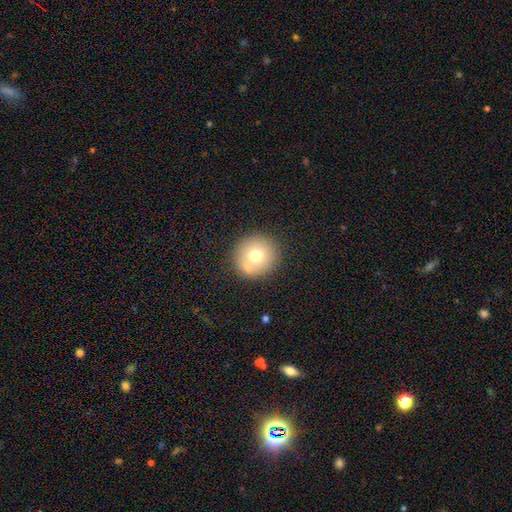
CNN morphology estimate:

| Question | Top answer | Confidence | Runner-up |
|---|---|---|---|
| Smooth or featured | smooth | 70% | featured or disk (18%) |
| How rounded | round | 94% | in between (5%) |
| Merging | none | 81% | minor disturbance (10%) |